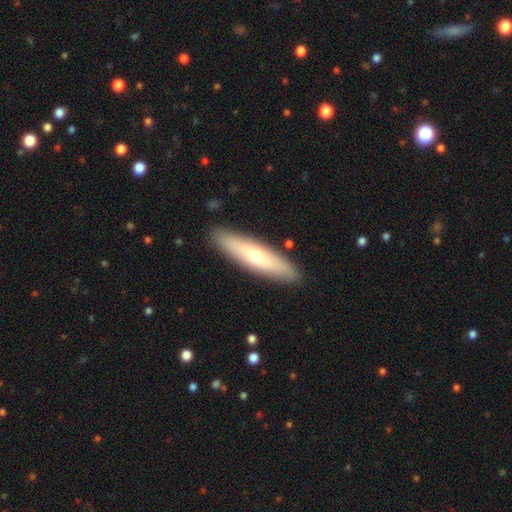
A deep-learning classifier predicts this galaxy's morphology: smooth 57%, featured or disk 38%, star or artifact 5%. Down the decision tree: how rounded — cigar-shaped (75%); merging — none (89%).